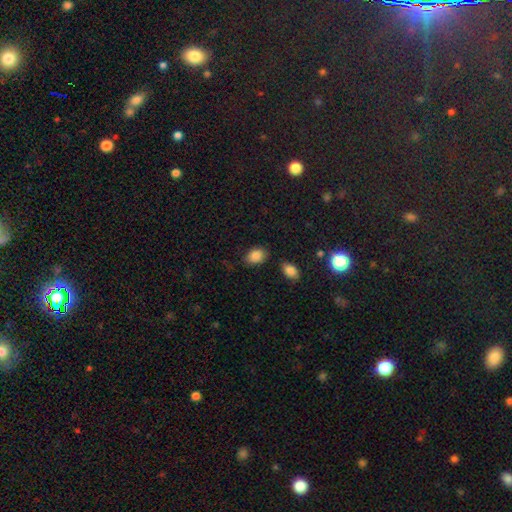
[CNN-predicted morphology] The model was most divided on "how rounded": in between: 78%, round: 20%, cigar-shaped: 1%. More confident: smooth or featured — smooth (86%); merging — none (77%).